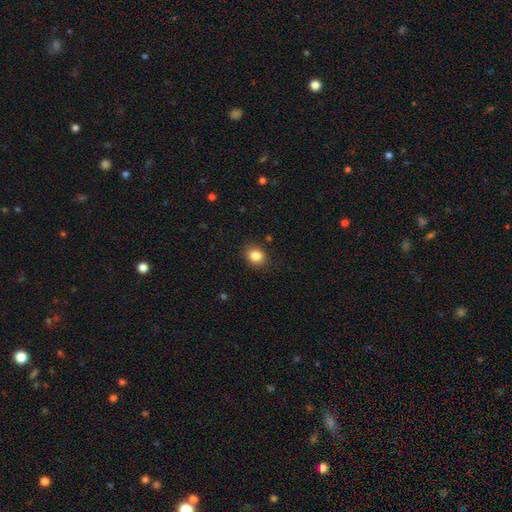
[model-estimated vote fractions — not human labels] Smooth or featured?
  - smooth: 85% *
  - star or artifact: 10%
  - featured or disk: 5%
How rounded?
  - round: 57% *
  - in between: 42%
  - cigar-shaped: 1%
Merging?
  - none: 87% *
  - minor disturbance: 9%
  - major disturbance: 2%
  - merger: 1%